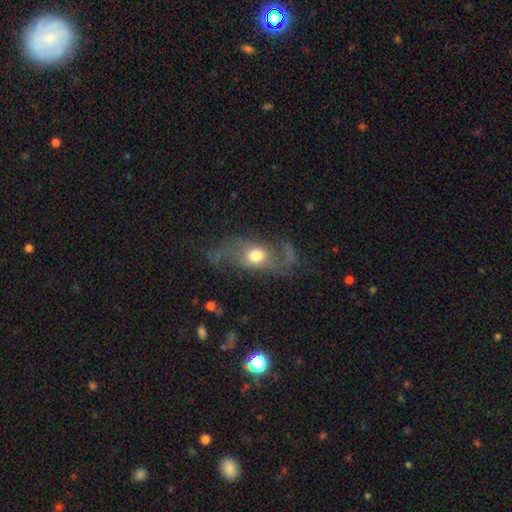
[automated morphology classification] A featured or disk galaxy (61%) with no bar (74%), spiral arms (74%) and a moderate central bulge (58%). Merging: none (45%).